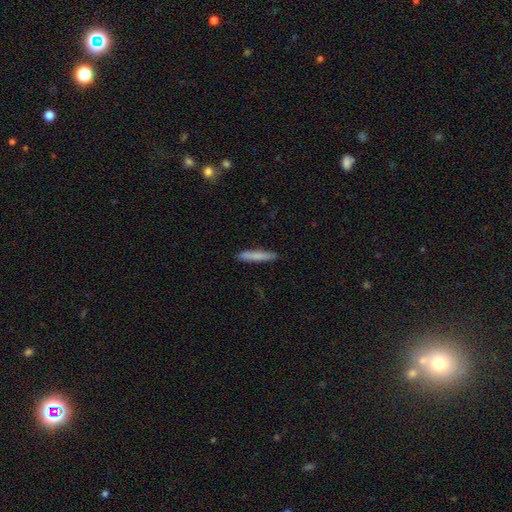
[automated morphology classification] A smooth galaxy with no disk features (77%) that is cigar-shaped (94%).

Vote fractions:
- Smooth or featured? smooth: 77% / featured or disk: 17% / star or artifact: 6%
- How rounded? cigar-shaped: 94% / in between: 4% / round: 1%
- Merging? none: 90% / minor disturbance: 7% / major disturbance: 1% / merger: 1%